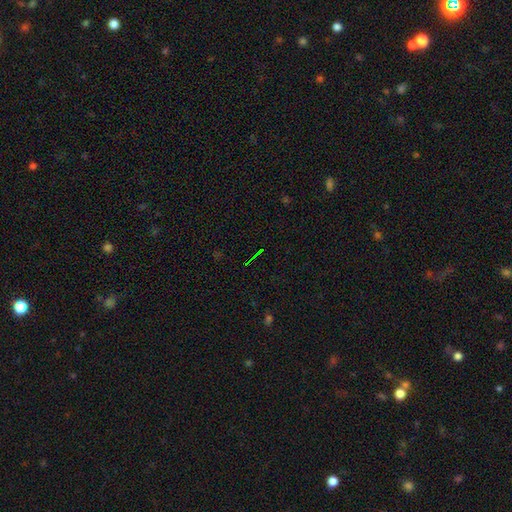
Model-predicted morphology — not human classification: Q: Smooth or featured?
A: star or artifact (75%); runner-up: smooth (12%)